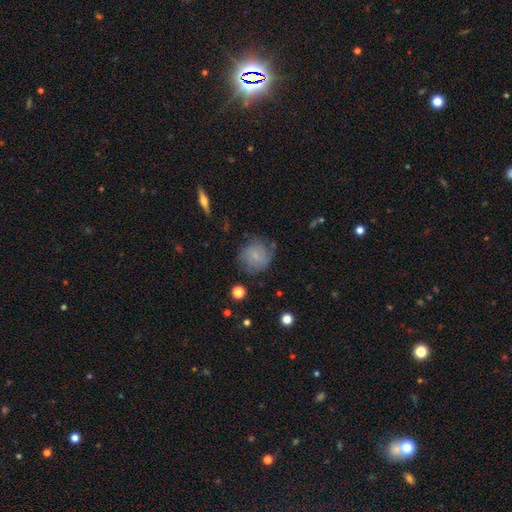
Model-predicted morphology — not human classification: smooth-or-featured: smooth: 64% | featured or disk: 26% | star or artifact: 10%
  how-rounded: round: 86% | in between: 13% | cigar-shaped: 1%
  merging: none: 68% | minor disturbance: 21% | major disturbance: 8% | merger: 2%